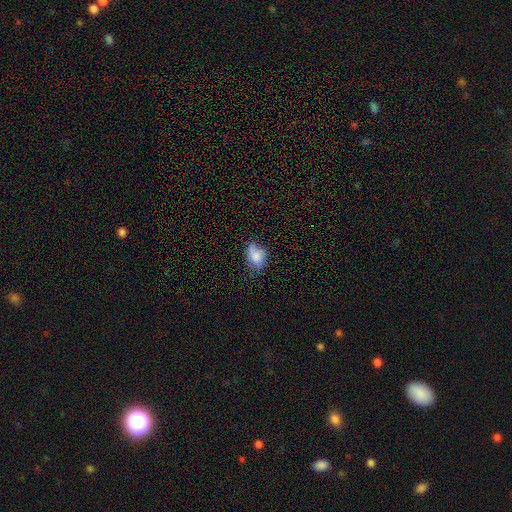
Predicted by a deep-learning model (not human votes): Smooth or featured: smooth — 77% (featured or disk — 13%)
How rounded: in between — 83% (round — 14%)
Merging: none — 53% (minor disturbance — 34%)